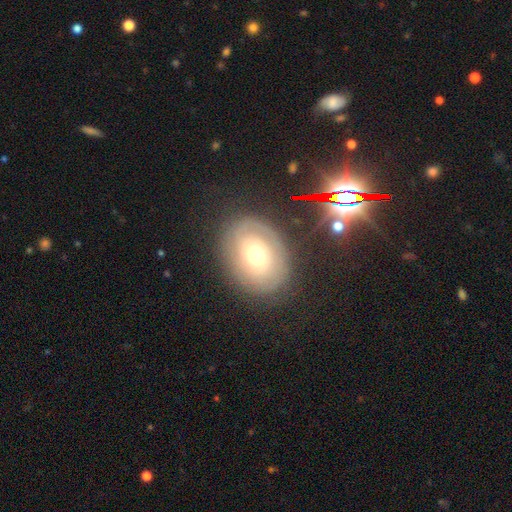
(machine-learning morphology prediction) A featured or disk galaxy (46%).

Vote fractions:
- Smooth or featured? featured or disk: 46% / smooth: 40% / star or artifact: 14%
- Merging? none: 79% / minor disturbance: 13% / major disturbance: 6% / merger: 2%